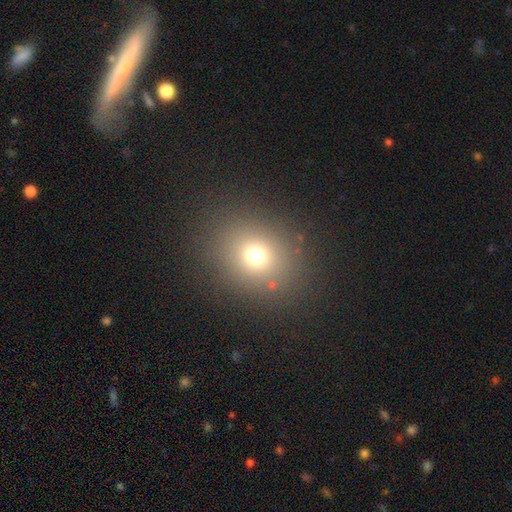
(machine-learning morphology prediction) This appears to be a smooth galaxy with no disk features (70%) that is round (69%). Merging: none (85%).